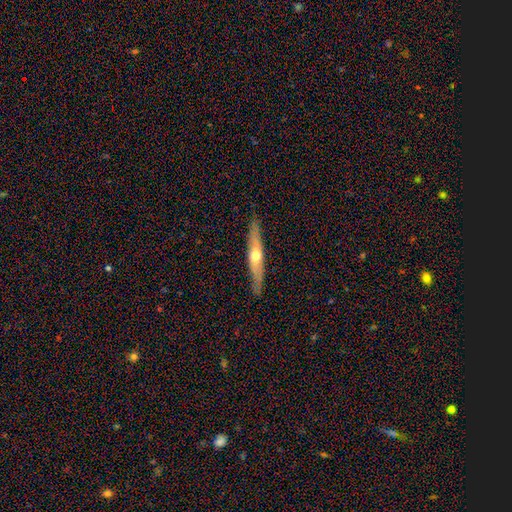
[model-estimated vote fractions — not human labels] featured or disk 59%, smooth 35%, star or artifact 5%. Down the decision tree: edge-on disk — yes (88%); edge-on bulge — rounded (87%); merging — none (87%).